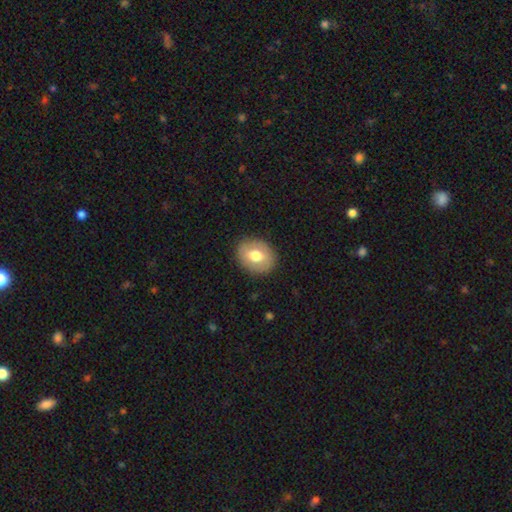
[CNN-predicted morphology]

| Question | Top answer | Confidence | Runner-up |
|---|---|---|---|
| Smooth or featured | smooth | 69% | featured or disk (24%) |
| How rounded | round | 53% | in between (46%) |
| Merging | none | 87% | minor disturbance (9%) |